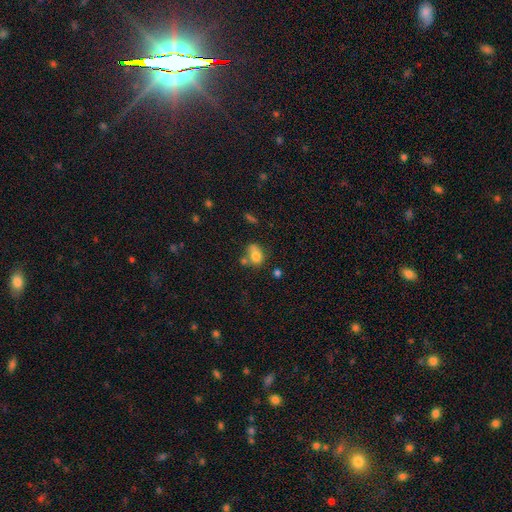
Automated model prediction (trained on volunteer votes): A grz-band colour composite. It shows a smooth galaxy with no disk features (76%) that is in between round and cigar-shaped (59%). Merging: none (38%).